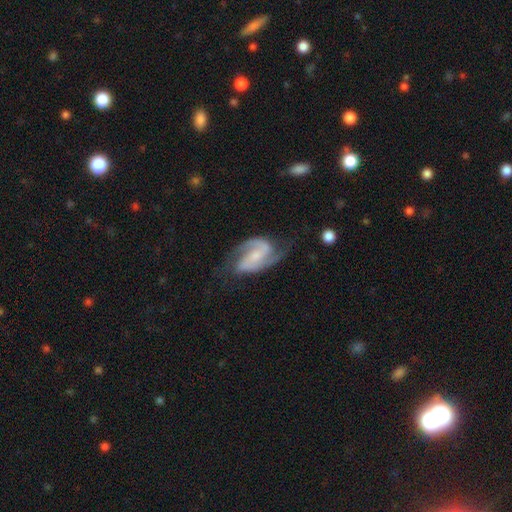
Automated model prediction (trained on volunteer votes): Overall: featured or disk (87%). Edge-on disk: no (97%). Bar: weak (40%; no 35%). Spiral arms: yes (97%). Spiral arm count: 2 (89%). Spiral winding: medium (53%; tight 24%). Bulge size: small (54%; moderate 29%). Merging: none (66%).